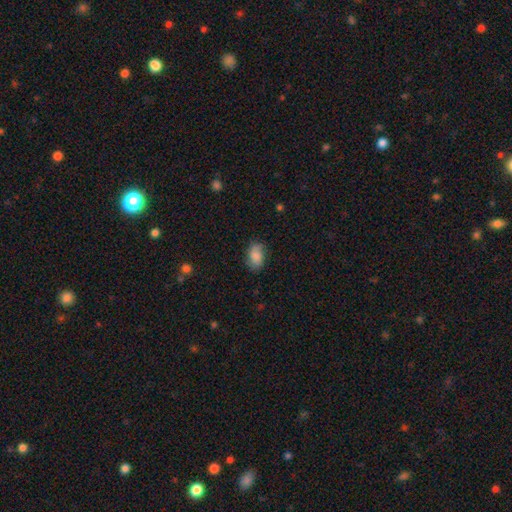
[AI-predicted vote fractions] This is likely a smooth galaxy (79%). How rounded: clearly in between (89%). Merging: likely none (74%).